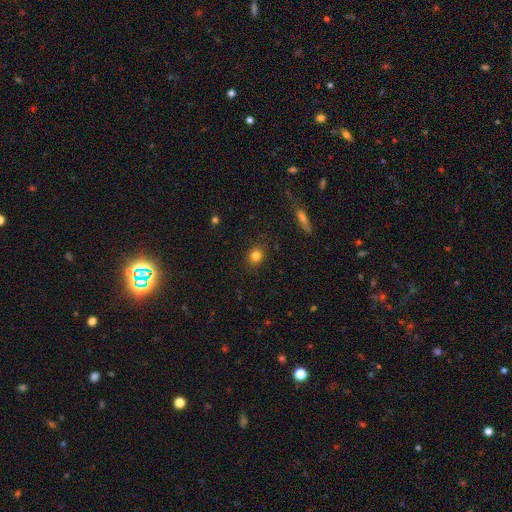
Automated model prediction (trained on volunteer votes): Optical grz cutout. It shows a smooth galaxy with no disk features (82%) that is round (80%). Merging: none (88%).